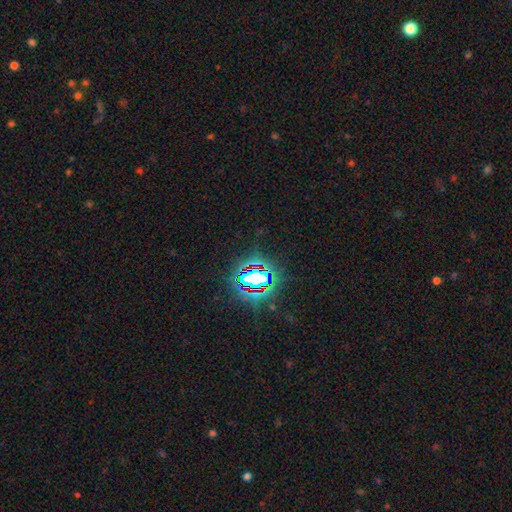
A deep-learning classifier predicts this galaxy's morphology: type=star or artifact (81%).